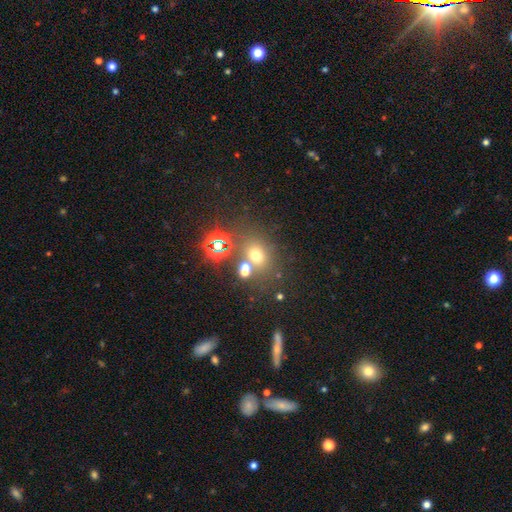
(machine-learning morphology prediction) Q: Smooth or featured?
A: smooth (60%); runner-up: star or artifact (30%)
Q: How rounded?
A: round (65%); runner-up: in between (34%)
Q: Merging?
A: none (62%); runner-up: merger (21%)